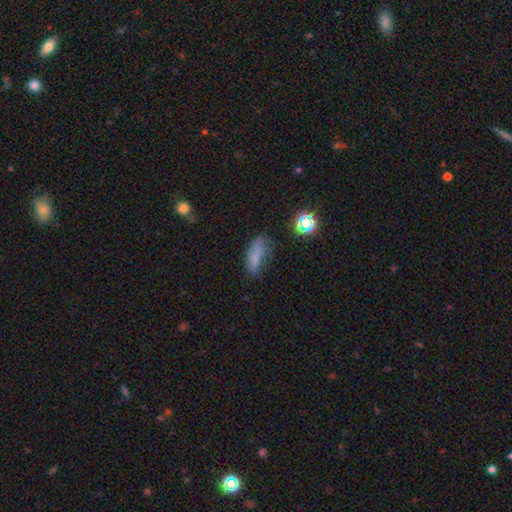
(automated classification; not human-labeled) Overall: smooth (66%). How rounded: in between (54%; cigar-shaped 40%). Merging: none (51%; minor disturbance 29%).